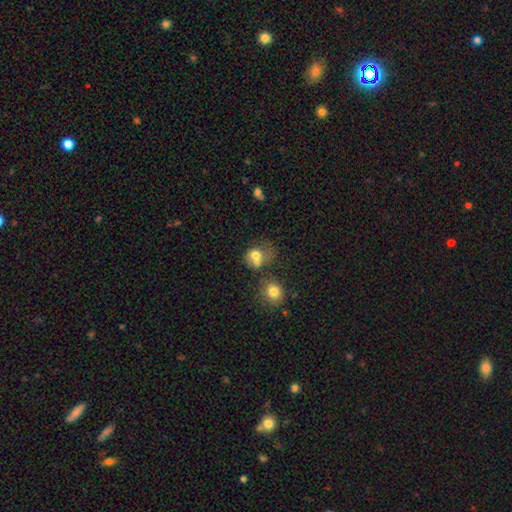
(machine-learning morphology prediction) This appears to be a smooth galaxy with no disk features (72%) that is round (60%). Merging: merger (47%).